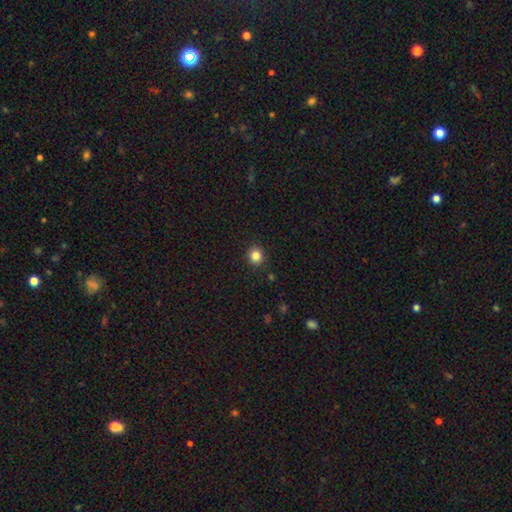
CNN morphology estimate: A smooth galaxy with no disk features (85%) that is round (86%). Merging: none (90%).